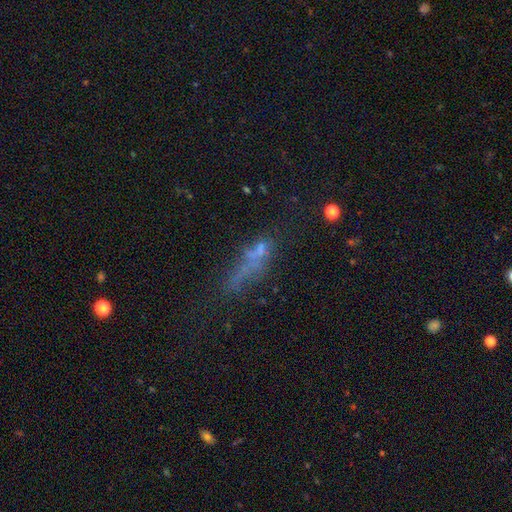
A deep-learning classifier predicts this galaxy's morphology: The model was most divided on "smooth or featured": smooth: 42%, featured or disk: 32%, star or artifact: 27%. Remaining: merging — none (41%).